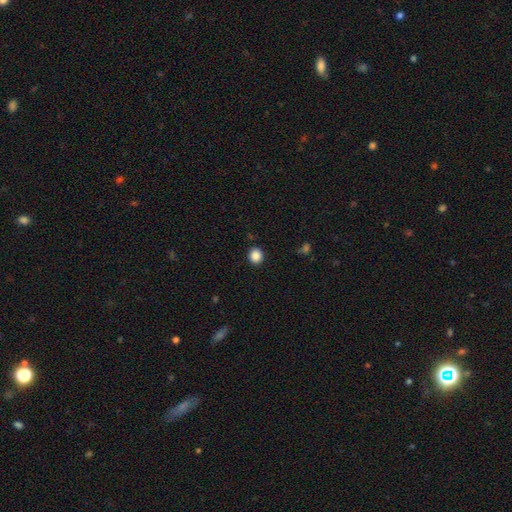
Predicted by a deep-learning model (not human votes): This is clearly a smooth galaxy (87%). How rounded: clearly round (86%). Merging: clearly none (90%).